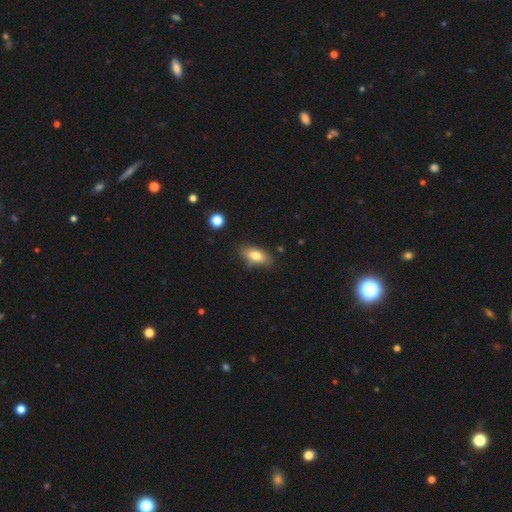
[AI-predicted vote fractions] This appears to be a smooth galaxy with no disk features (77%) that is in between round and cigar-shaped (85%). Merging: none (77%).